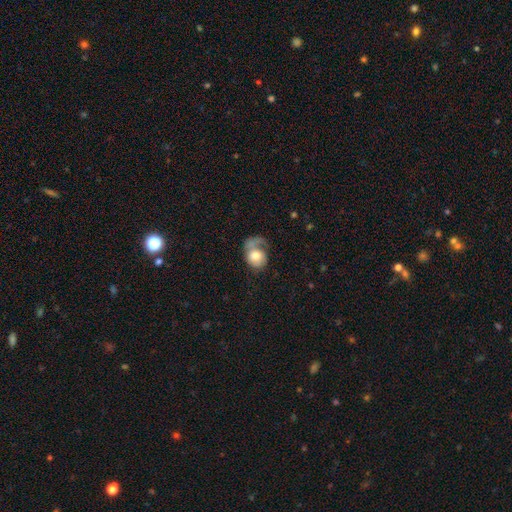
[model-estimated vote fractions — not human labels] This appears to be a smooth galaxy with no disk features (57%) that is round (57%). Merging: major disturbance (41%).